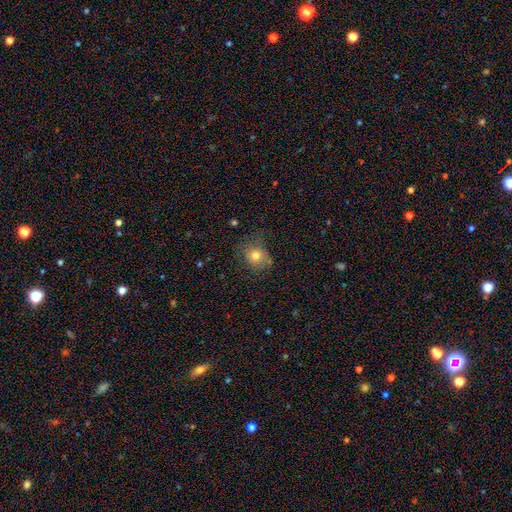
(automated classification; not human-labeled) Smooth or featured? smooth (73%)
How rounded? round (68%)
Merging? none (60%)